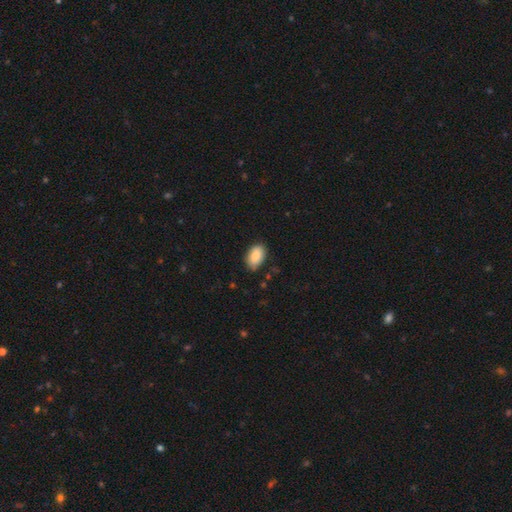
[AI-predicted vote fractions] Morphology: type=smooth (83%); roundness=in between (90%); merging=none (83%).